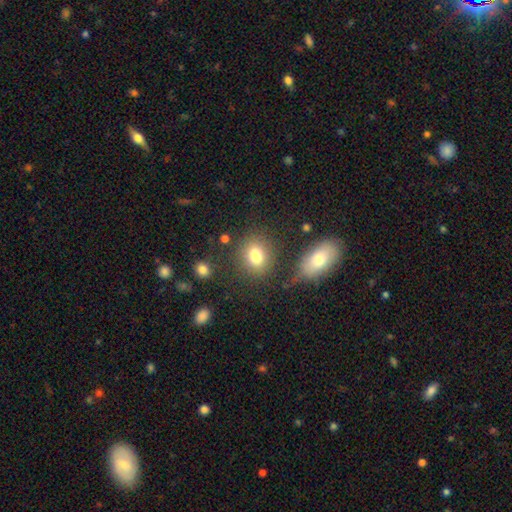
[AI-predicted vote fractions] Smooth or featured: smooth — 80% (star or artifact — 10%)
How rounded: round — 56% (in between — 43%)
Merging: none — 75% (minor disturbance — 12%)